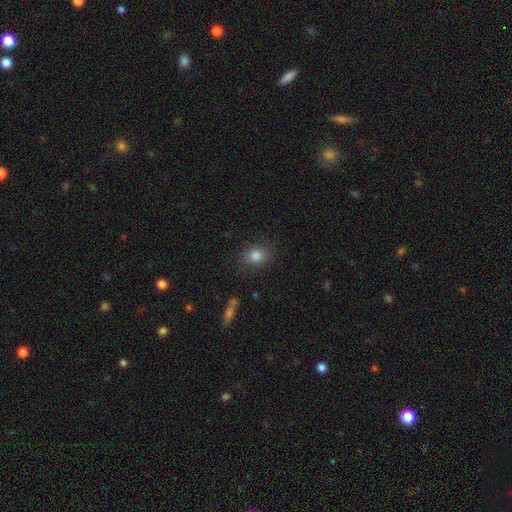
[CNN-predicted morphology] The model was most divided on "how rounded": in between: 50%, round: 49%, cigar-shaped: 1%. More confident: merging — none (83%); smooth or featured — smooth (82%).